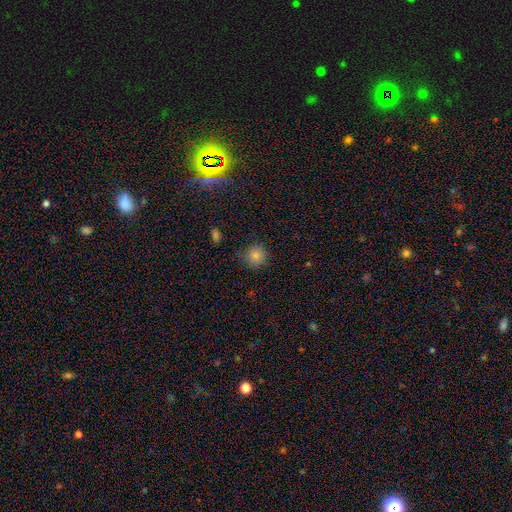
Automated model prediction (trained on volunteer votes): Q: Smooth or featured?
A: smooth (82%); runner-up: star or artifact (12%)
Q: How rounded?
A: round (93%); runner-up: in between (6%)
Q: Merging?
A: none (83%); runner-up: minor disturbance (13%)